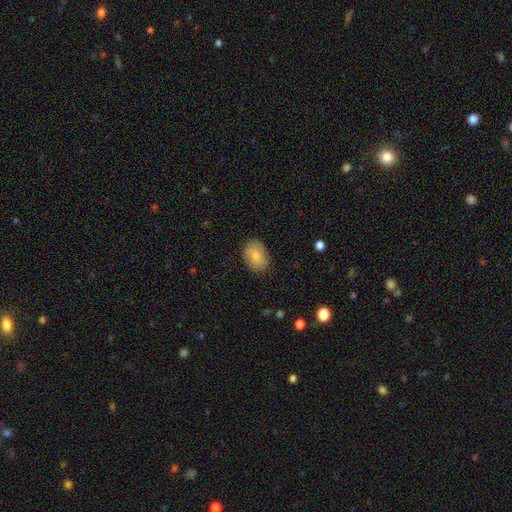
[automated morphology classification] Smooth or featured? Predicted: smooth (p=0.79). How rounded? Predicted: in between (p=0.71). Merging? Predicted: none (p=0.83).